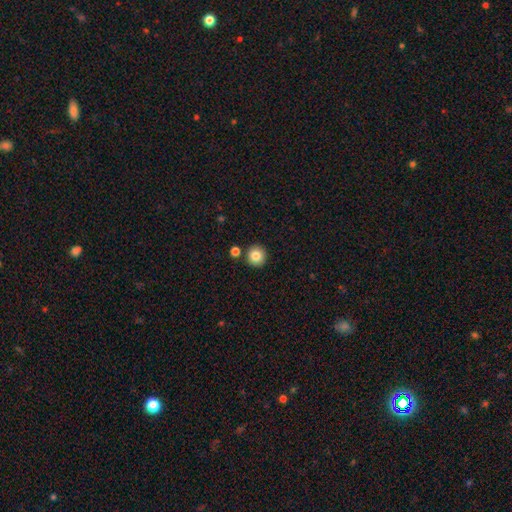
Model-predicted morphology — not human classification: Q: Smooth or featured?
A: smooth (84%); runner-up: star or artifact (10%)
Q: How rounded?
A: round (94%); runner-up: in between (5%)
Q: Merging?
A: none (87%); runner-up: minor disturbance (6%)